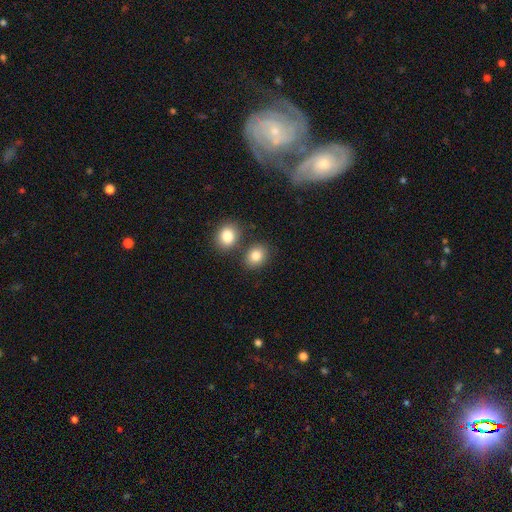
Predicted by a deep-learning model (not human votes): Smooth or featured: smooth — 84% (star or artifact — 9%)
How rounded: round — 53% (in between — 46%)
Merging: none — 70% (merger — 17%)